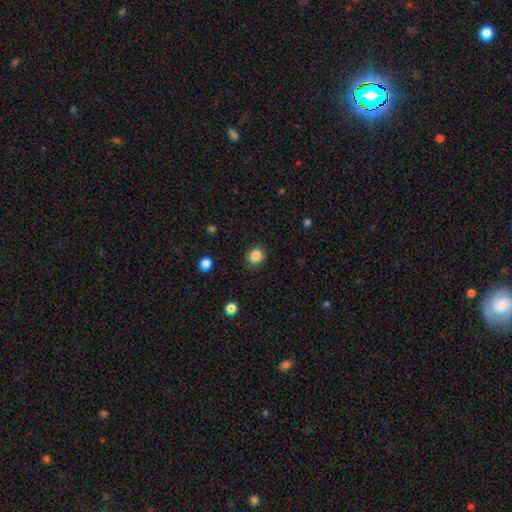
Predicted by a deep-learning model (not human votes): smooth-or-featured: smooth: 86% | star or artifact: 10% | featured or disk: 4%
  how-rounded: round: 86% | in between: 13% | cigar-shaped: 1%
  merging: none: 88% | minor disturbance: 8% | major disturbance: 3% | merger: 1%